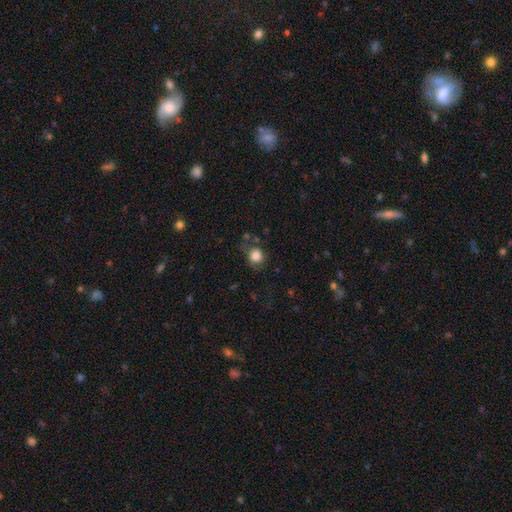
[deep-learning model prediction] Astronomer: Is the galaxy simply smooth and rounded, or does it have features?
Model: smooth — 83%.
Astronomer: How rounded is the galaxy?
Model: round — 75%.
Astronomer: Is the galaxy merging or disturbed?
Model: none — 63%.